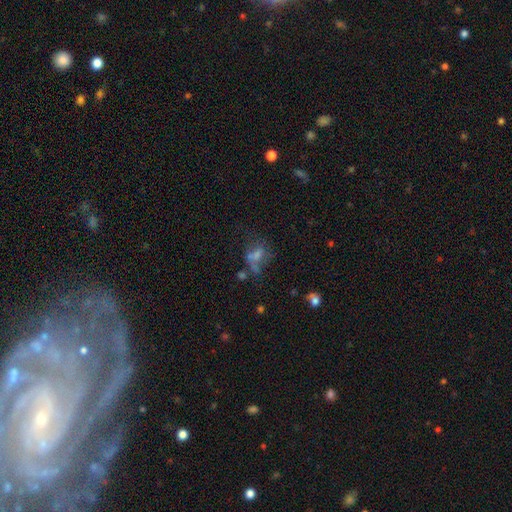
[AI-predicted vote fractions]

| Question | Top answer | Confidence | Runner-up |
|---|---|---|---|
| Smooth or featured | smooth | 45% | featured or disk (34%) |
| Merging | none | 31% | tied: major disturbance (31%) |